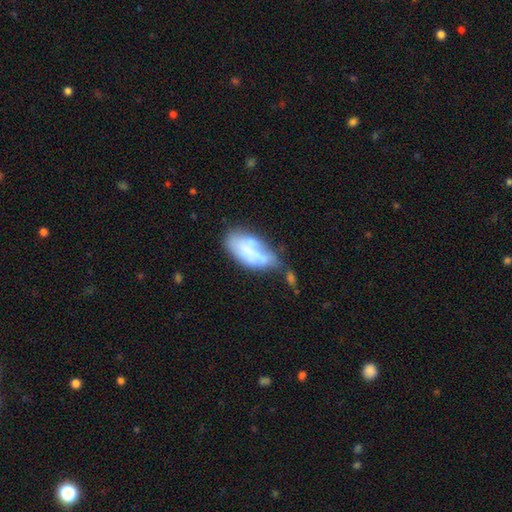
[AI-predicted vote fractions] Smooth or featured? Predicted: smooth (p=0.59). How rounded? Predicted: in between (p=0.90). Merging? Predicted: none (p=0.30).